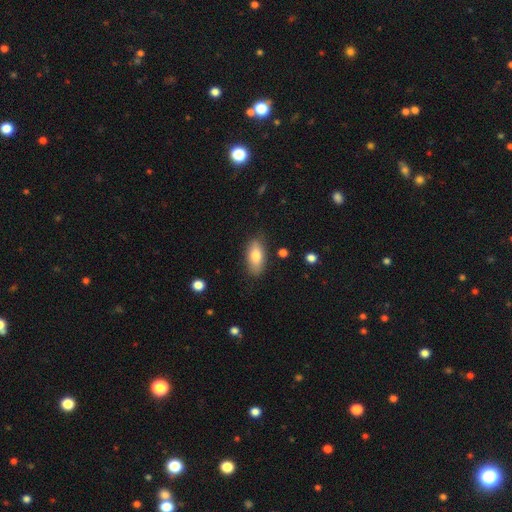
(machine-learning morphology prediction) Smooth or featured? Predicted: smooth (p=0.77). How rounded? Predicted: in between (p=0.86). Merging? Predicted: none (p=0.82).